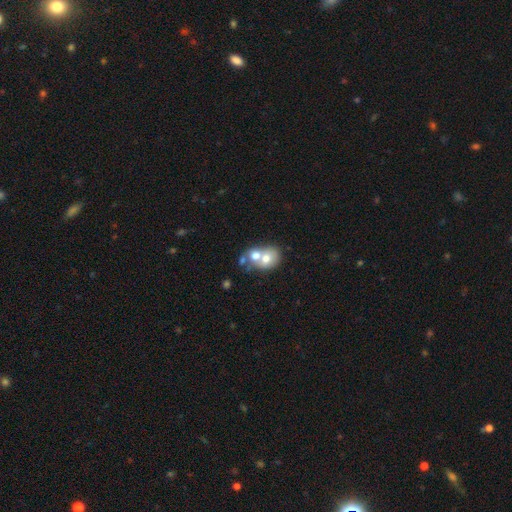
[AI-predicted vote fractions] Overall: smooth (64%; featured or disk 27%). How rounded: round (55%; in between 44%). Merging: merger (71%).